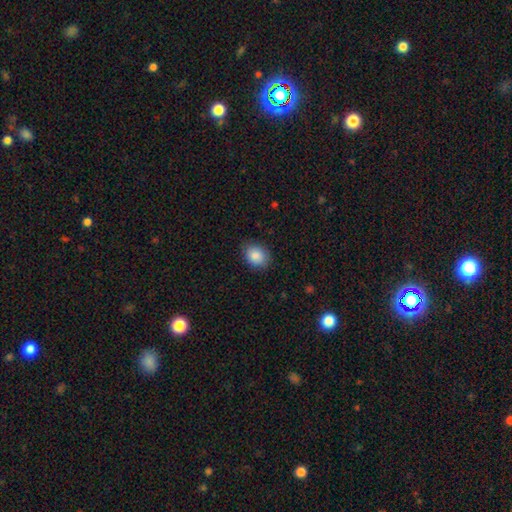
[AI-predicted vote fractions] Smooth or featured? Predicted: smooth (p=0.87). How rounded? Predicted: in between (p=0.55). Merging? Predicted: none (p=0.83).